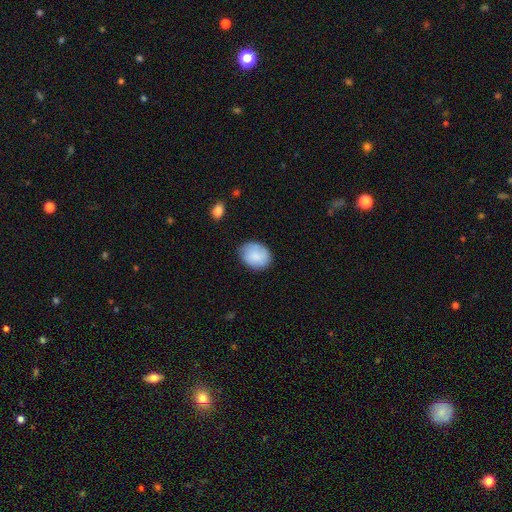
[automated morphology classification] A smooth galaxy with no disk features (84%) that is in between round and cigar-shaped (59%).

Vote fractions:
- Smooth or featured? smooth: 84% / featured or disk: 10% / star or artifact: 6%
- How rounded? in between: 59% / round: 40% / cigar-shaped: 1%
- Merging? none: 76% / minor disturbance: 19% / major disturbance: 4% / merger: 1%